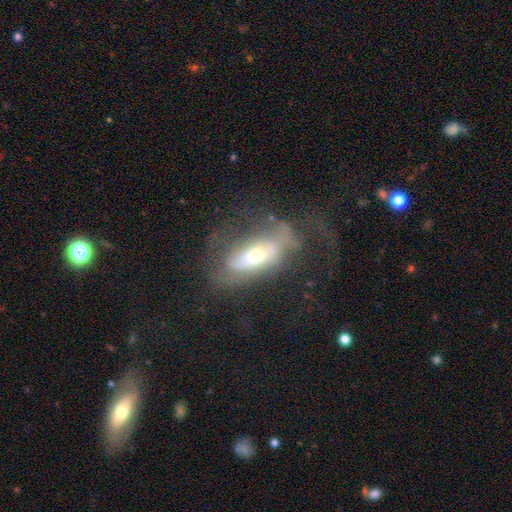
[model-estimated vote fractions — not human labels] Smooth or featured?
  - featured or disk: 57% *
  - smooth: 34%
  - star or artifact: 9%
Edge-on disk?
  - no: 80% *
  - yes: 20%
Merging?
  - major disturbance: 43% *
  - none: 32%
  - minor disturbance: 22%
  - merger: 4%